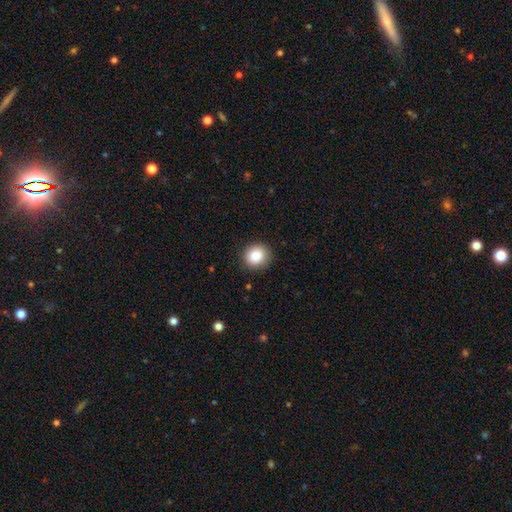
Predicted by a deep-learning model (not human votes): Overall: smooth (84%). How rounded: round (88%). Merging: none (90%).